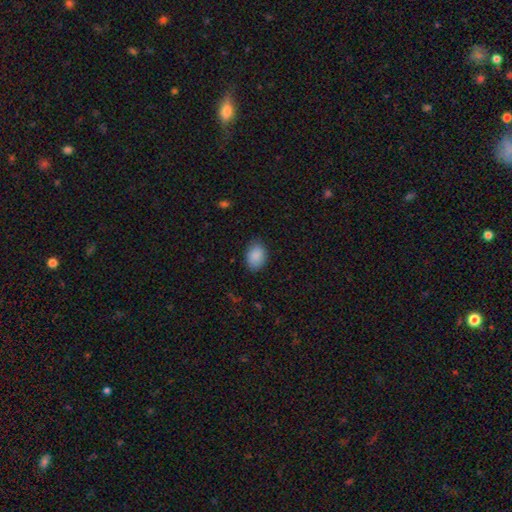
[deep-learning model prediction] A smooth galaxy with no disk features (89%) that is in between round and cigar-shaped (77%).

Vote fractions:
- Smooth or featured? smooth: 89% / star or artifact: 7% / featured or disk: 3%
- How rounded? in between: 77% / round: 22% / cigar-shaped: 1%
- Merging? none: 83% / minor disturbance: 13% / major disturbance: 3% / merger: 1%